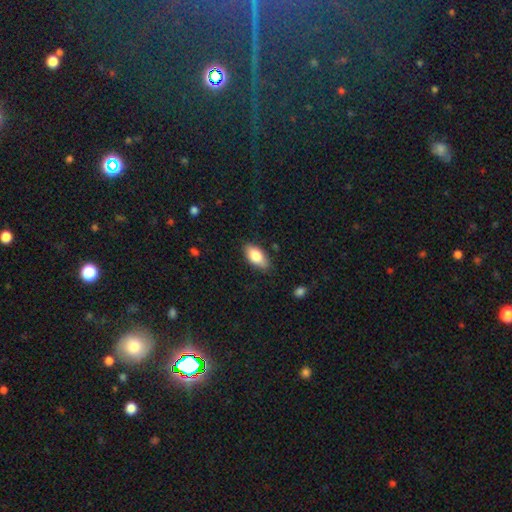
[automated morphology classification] Overall: smooth (81%). How rounded: in between (90%). Merging: none (83%).